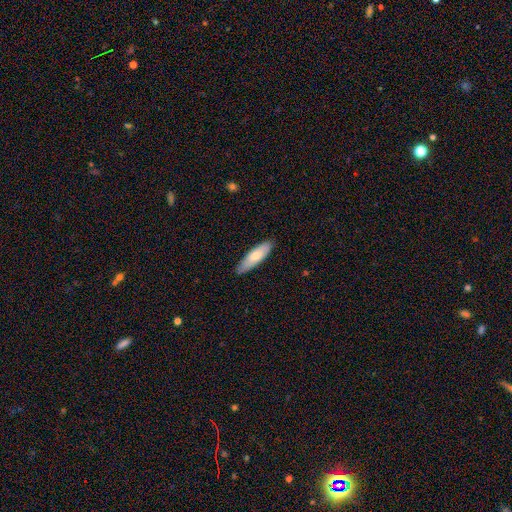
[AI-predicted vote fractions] Smooth or featured? smooth (72%)
How rounded? cigar-shaped (56%)
Merging? none (83%)